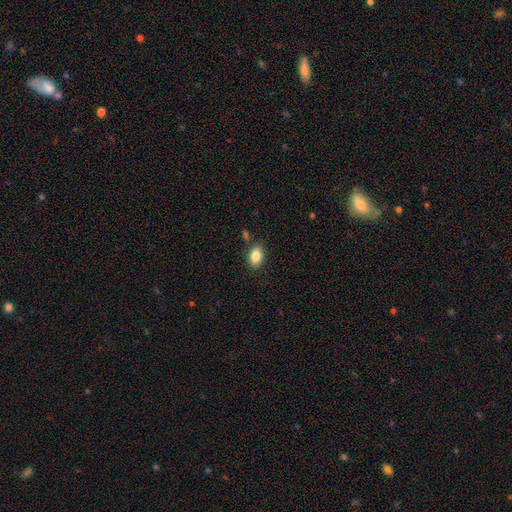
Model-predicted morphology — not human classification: Smooth or featured? smooth (85%)
How rounded? in between (89%)
Merging? none (81%)